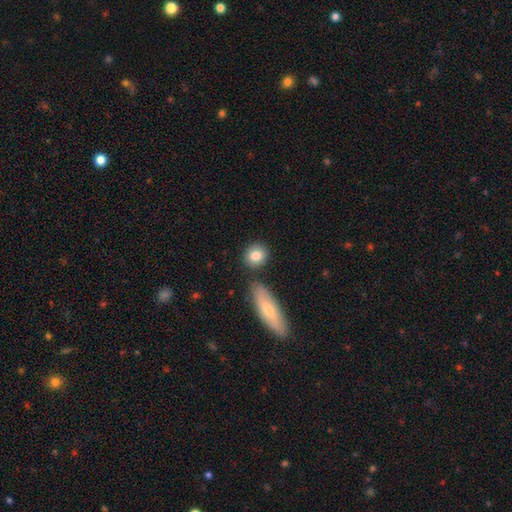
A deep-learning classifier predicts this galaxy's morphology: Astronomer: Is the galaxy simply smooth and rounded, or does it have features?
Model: smooth — 82%.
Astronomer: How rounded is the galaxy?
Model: round — 75%.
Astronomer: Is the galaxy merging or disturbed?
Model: none — 78%.